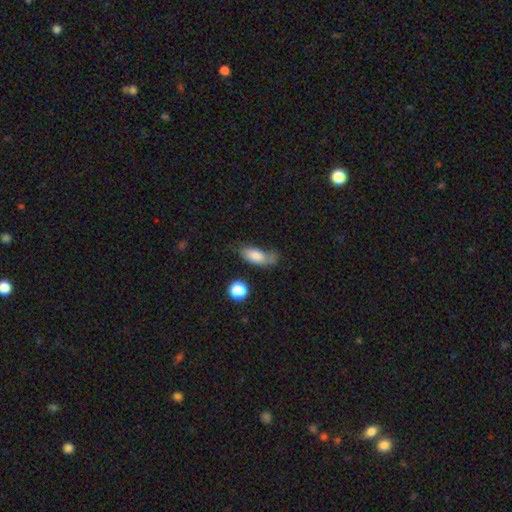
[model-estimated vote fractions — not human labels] Smooth or featured?
  - smooth: 78% *
  - featured or disk: 14%
  - star or artifact: 8%
How rounded?
  - in between: 81% *
  - cigar-shaped: 14%
  - round: 5%
Merging?
  - none: 43% *
  - minor disturbance: 32%
  - major disturbance: 18%
  - merger: 7%